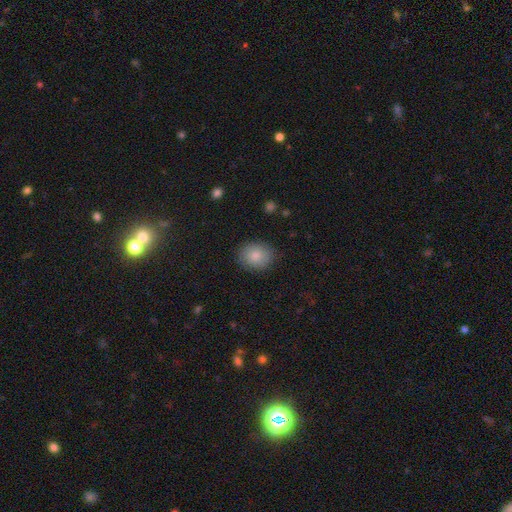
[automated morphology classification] Q: Smooth or featured?
A: smooth (84%); runner-up: featured or disk (8%)
Q: How rounded?
A: round (58%); runner-up: in between (41%)
Q: Merging?
A: none (85%); runner-up: minor disturbance (11%)